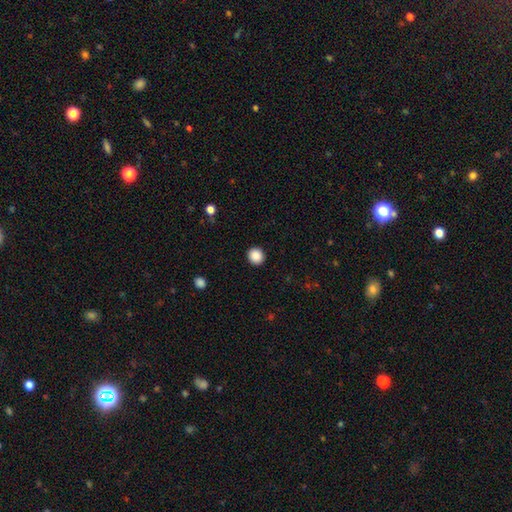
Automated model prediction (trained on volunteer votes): Smooth or featured? Predicted: smooth (p=0.88). How rounded? Predicted: round (p=0.90). Merging? Predicted: none (p=0.92).